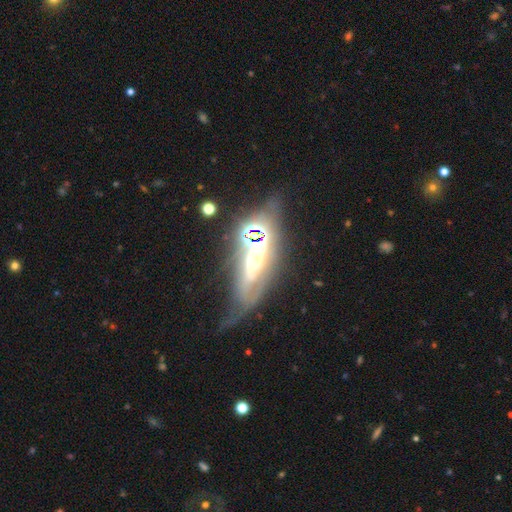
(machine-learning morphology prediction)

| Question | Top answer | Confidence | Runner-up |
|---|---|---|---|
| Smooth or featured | featured or disk | 71% | smooth (15%) |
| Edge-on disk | no | 59% | yes (41%) |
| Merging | none | 44% | minor disturbance (25%) |